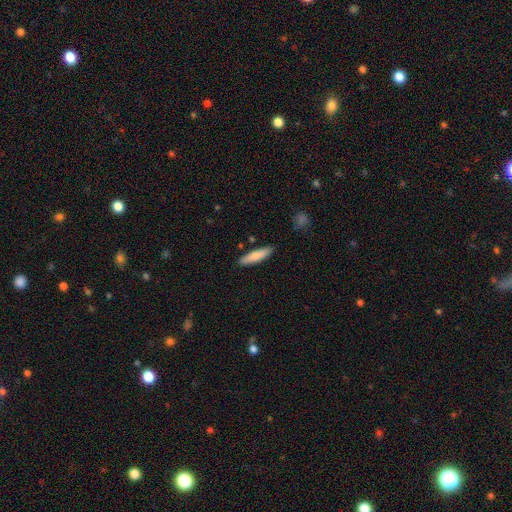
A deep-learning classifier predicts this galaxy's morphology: Smooth or featured? smooth (77%)
How rounded? cigar-shaped (72%)
Merging? none (86%)